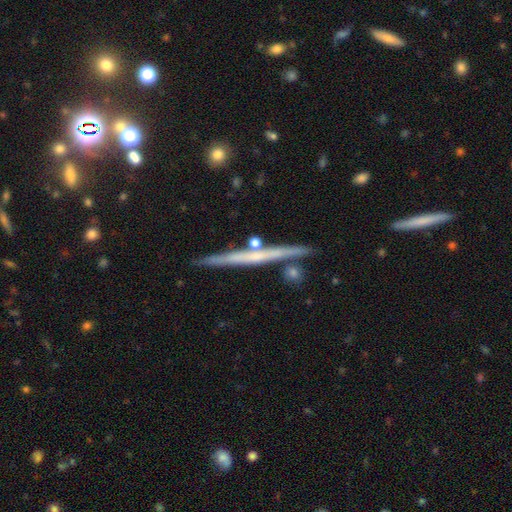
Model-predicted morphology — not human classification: Q: Smooth or featured?
A: featured or disk (64%); runner-up: smooth (30%)
Q: Edge-on disk?
A: yes (97%); runner-up: no (3%)
Q: Edge-on bulge?
A: none (80%); runner-up: rounded (15%)
Q: Merging?
A: none (84%); runner-up: minor disturbance (9%)